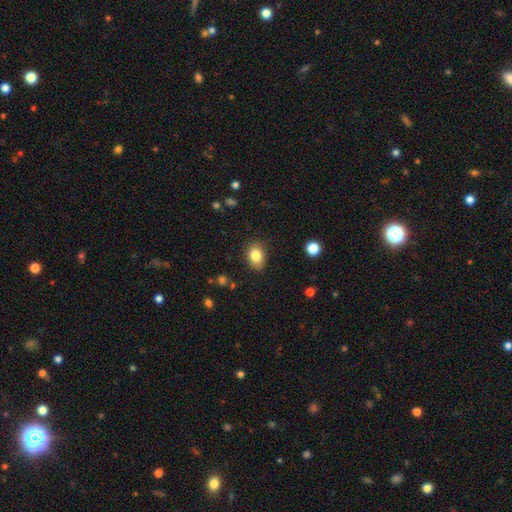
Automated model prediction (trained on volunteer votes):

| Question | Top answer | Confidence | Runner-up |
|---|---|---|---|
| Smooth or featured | smooth | 83% | star or artifact (9%) |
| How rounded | in between | 74% | round (24%) |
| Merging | none | 83% | minor disturbance (13%) |